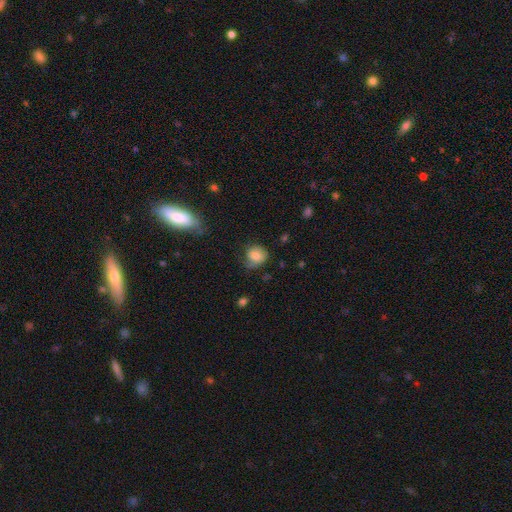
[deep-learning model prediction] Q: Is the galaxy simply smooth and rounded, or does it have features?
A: smooth — 68%.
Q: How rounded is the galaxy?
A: round — 64%.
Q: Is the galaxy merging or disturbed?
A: none — 51%.